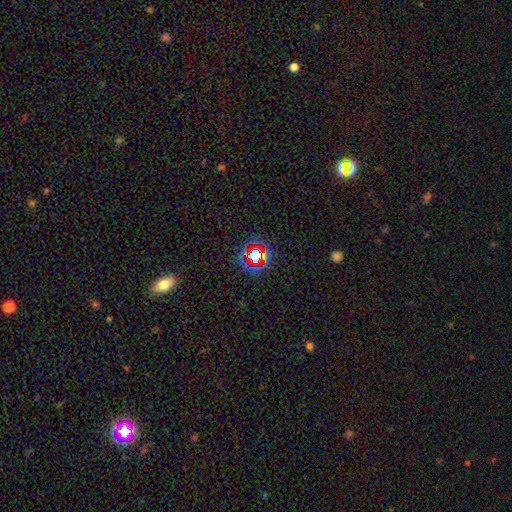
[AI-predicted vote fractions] Overall: star or artifact (71%).